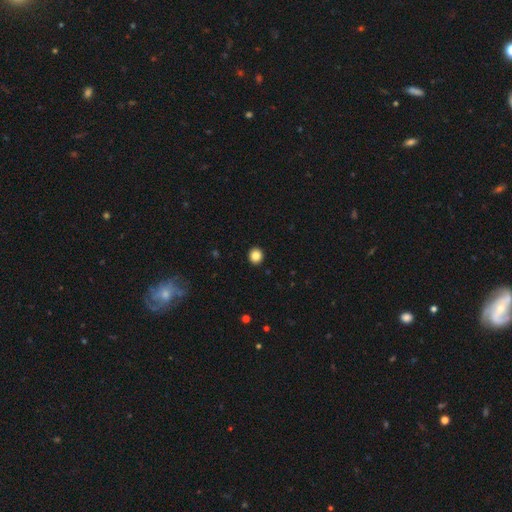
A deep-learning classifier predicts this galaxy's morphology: smooth 85%, star or artifact 10%, featured or disk 4%. Down the decision tree: how rounded — round (86%); merging — none (93%).